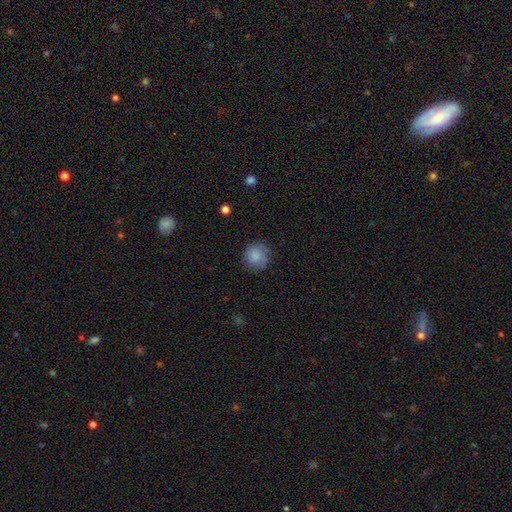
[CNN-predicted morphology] A smooth galaxy with no disk features (85%) that is round (89%). Merging: none (78%).